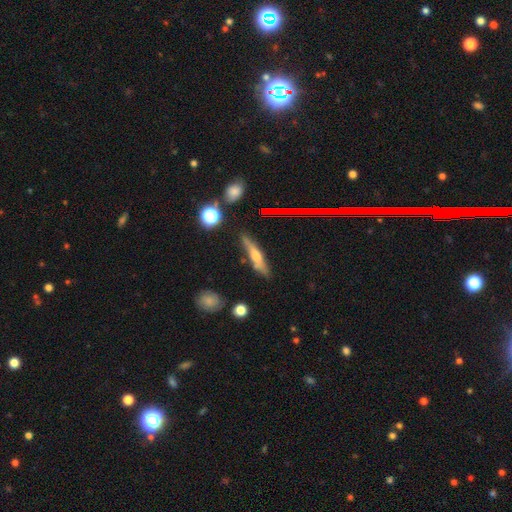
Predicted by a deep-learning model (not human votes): smooth-or-featured: featured or disk: 49% | smooth: 41% | star or artifact: 11%
  merging: none: 75% | minor disturbance: 16% | merger: 5% | major disturbance: 4%